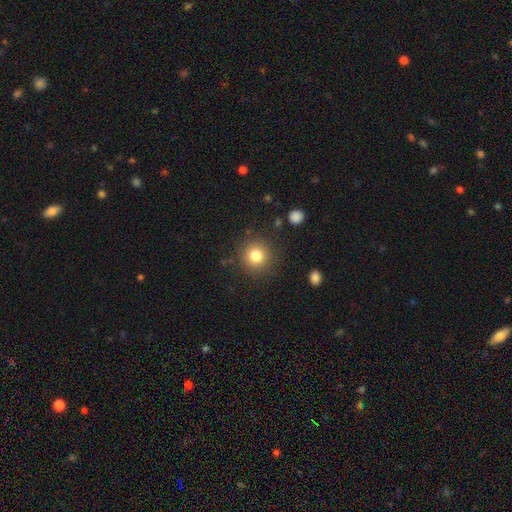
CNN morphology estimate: Smooth or featured? smooth (81%)
How rounded? round (92%)
Merging? none (87%)